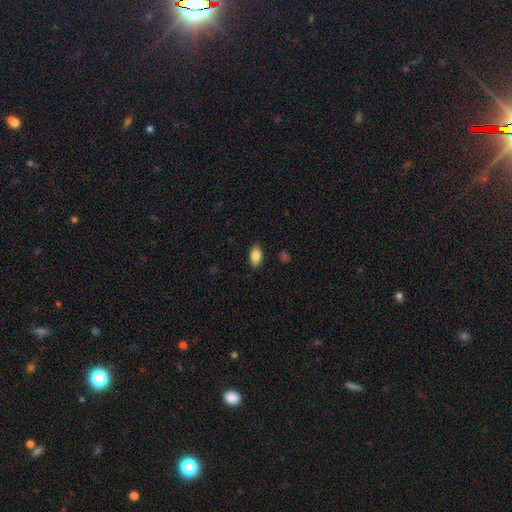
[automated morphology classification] A smooth galaxy with no disk features (84%) that is in between round and cigar-shaped (91%). Merging: none (87%).